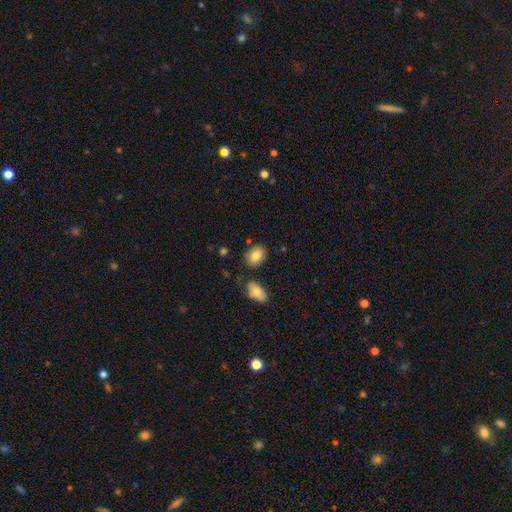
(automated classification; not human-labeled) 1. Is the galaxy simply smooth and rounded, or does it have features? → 83% smooth, 9% featured or disk, 8% star or artifact.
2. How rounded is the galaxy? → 76% in between, 23% round, 1% cigar-shaped.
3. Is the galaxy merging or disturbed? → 79% none, 13% minor disturbance, 6% merger, 3% major disturbance.